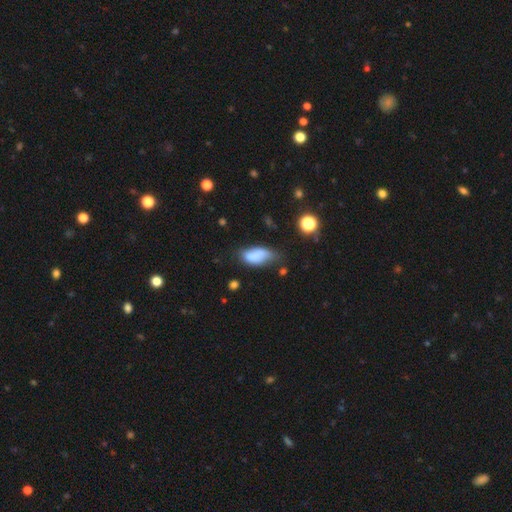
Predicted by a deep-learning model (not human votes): Overall: smooth (76%). How rounded: in between (88%). Merging: none (42%; minor disturbance 37%).